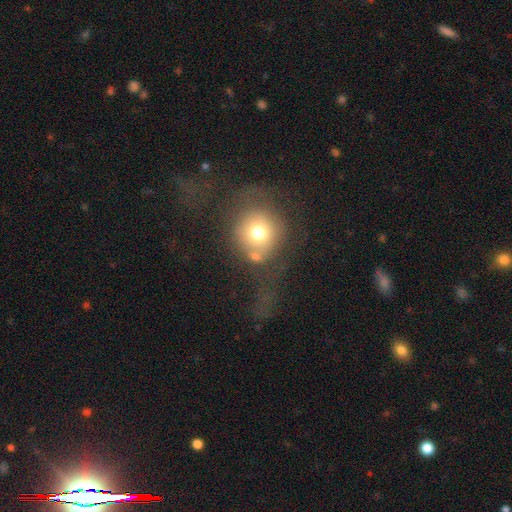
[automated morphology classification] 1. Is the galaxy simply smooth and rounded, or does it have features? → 63% smooth, 24% featured or disk, 12% star or artifact.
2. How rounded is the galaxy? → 86% round, 13% in between, 1% cigar-shaped.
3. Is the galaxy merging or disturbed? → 39% none, 30% major disturbance, 18% minor disturbance, 13% merger.